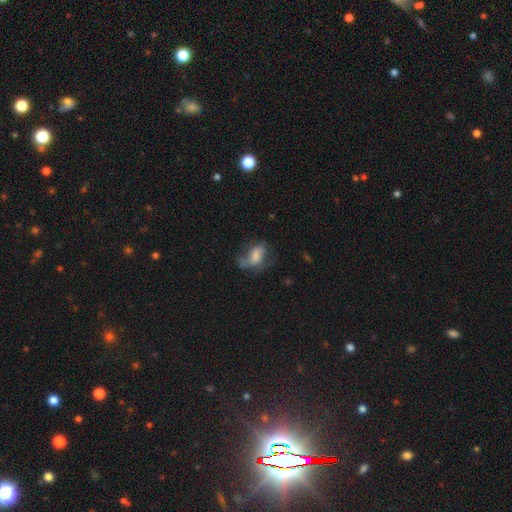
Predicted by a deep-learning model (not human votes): smooth_or_featured: smooth (p=0.55) [alt: featured or disk p=0.35]
how_rounded: in between (p=0.84) [alt: round p=0.12]
merging: major disturbance (p=0.36) [alt: none p=0.32]